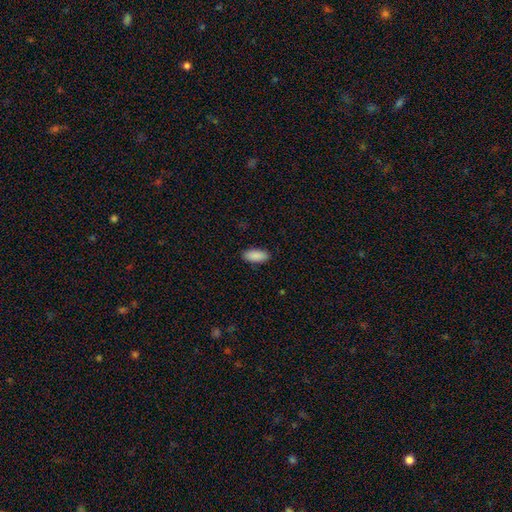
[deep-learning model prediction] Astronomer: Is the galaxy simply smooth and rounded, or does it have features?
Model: smooth — 90%.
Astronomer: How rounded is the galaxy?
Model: in between — 87%.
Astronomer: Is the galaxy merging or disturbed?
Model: none — 89%.